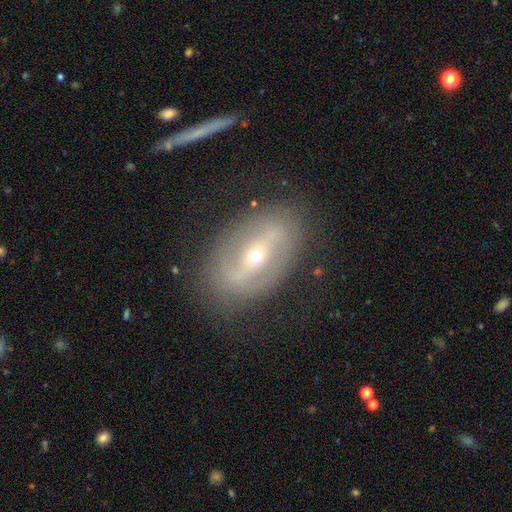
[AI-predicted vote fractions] A featured or disk galaxy (78%) with a strong bar (46%), spiral arms (65%) and a small central bulge (57%).

Vote fractions:
- Smooth or featured? featured or disk: 78% / smooth: 14% / star or artifact: 8%
- Edge-on disk? no: 93% / yes: 7%
- Bar? strong: 46% / weak: 31% / no: 22%
- Spiral arms? yes: 65% / no: 35%
- Bulge size? small: 57% / moderate: 40% / large: 2% / dominant: 1% / none: 1%
- Merging? none: 80% / minor disturbance: 13% / major disturbance: 6% / merger: 1%